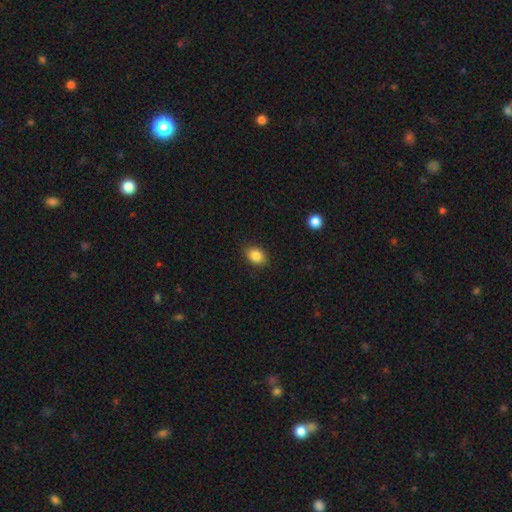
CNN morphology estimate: Smooth or featured?
  - smooth: 86% *
  - star or artifact: 9%
  - featured or disk: 5%
How rounded?
  - in between: 72% *
  - round: 26%
  - cigar-shaped: 1%
Merging?
  - none: 86% *
  - minor disturbance: 10%
  - major disturbance: 2%
  - merger: 1%